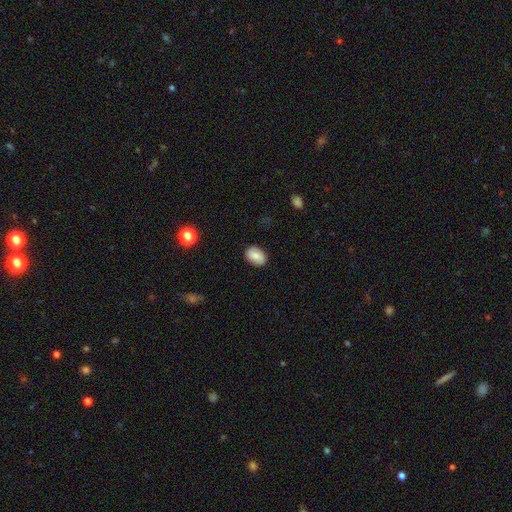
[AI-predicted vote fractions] Smooth or featured? smooth (79%)
How rounded? in between (80%)
Merging? none (84%)